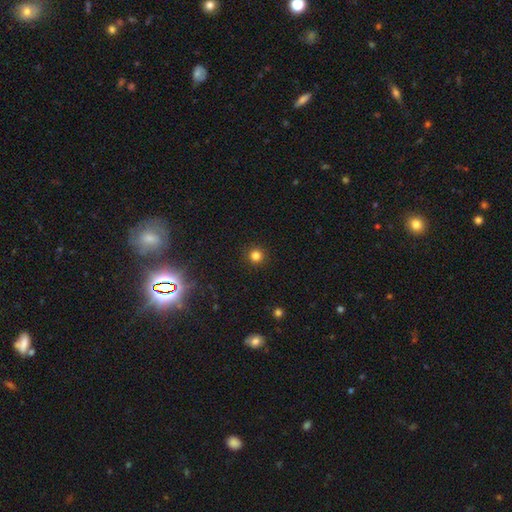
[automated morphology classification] Smooth or featured?
  - smooth: 82% *
  - star or artifact: 14%
  - featured or disk: 4%
How rounded?
  - round: 95% *
  - in between: 4%
  - cigar-shaped: 1%
Merging?
  - none: 92% *
  - minor disturbance: 5%
  - major disturbance: 2%
  - merger: 1%